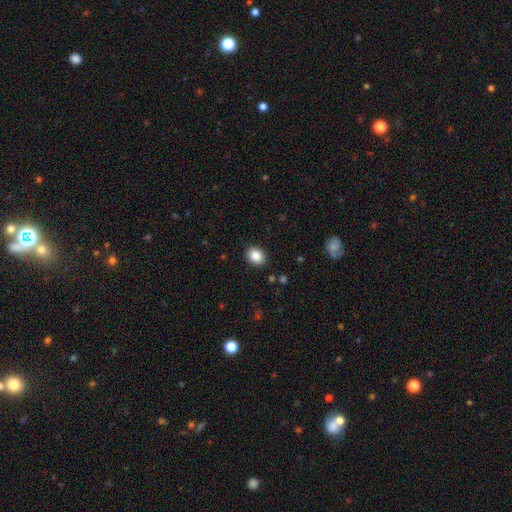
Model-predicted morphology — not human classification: type=smooth (87%); roundness=round (50%); merging=none (88%).